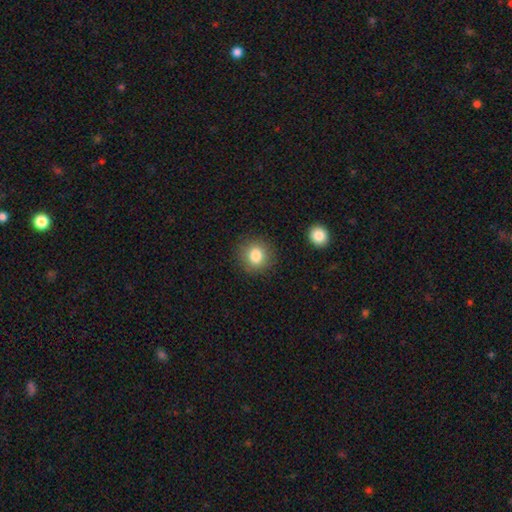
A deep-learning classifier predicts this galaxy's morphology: A smooth galaxy with no disk features (83%) that is round (87%).

Vote fractions:
- Smooth or featured? smooth: 83% / star or artifact: 10% / featured or disk: 7%
- How rounded? round: 87% / in between: 12% / cigar-shaped: 1%
- Merging? none: 88% / minor disturbance: 7% / major disturbance: 3% / merger: 2%